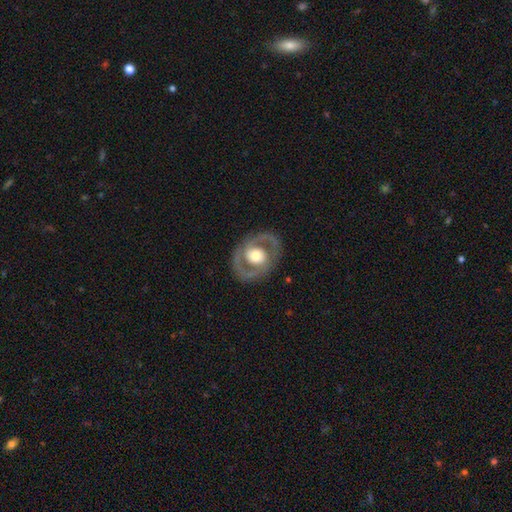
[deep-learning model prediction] Overall: featured or disk (81%). Edge-on disk: no (97%). Bar: no (65%). Spiral arms: yes (76%). Spiral arm count: 2 (89%). Spiral winding: medium (51%; tight 32%). Bulge size: moderate (54%; large 36%). Merging: none (83%).